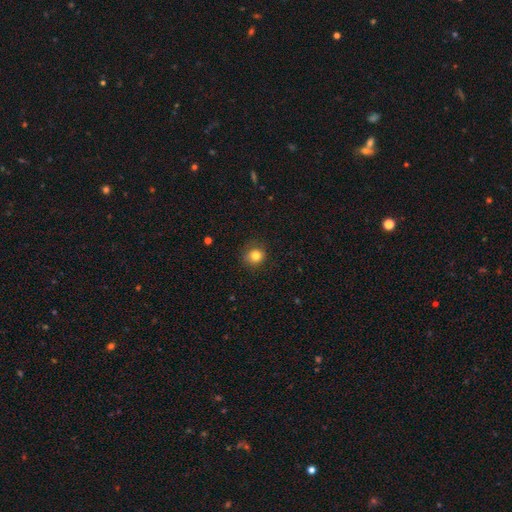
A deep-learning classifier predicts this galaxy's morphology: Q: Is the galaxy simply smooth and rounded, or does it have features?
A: smooth — 82%.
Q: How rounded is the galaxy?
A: round — 83%.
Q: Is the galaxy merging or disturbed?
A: none — 83%.